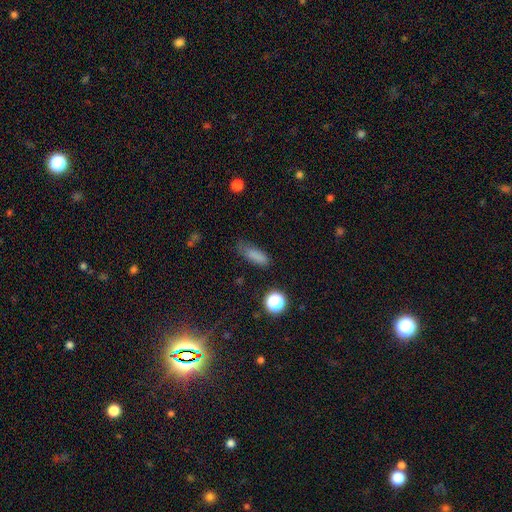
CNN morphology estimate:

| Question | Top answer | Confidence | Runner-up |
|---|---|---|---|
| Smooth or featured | smooth | 79% | star or artifact (13%) |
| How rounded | in between | 62% | cigar-shaped (33%) |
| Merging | none | 60% | minor disturbance (28%) |